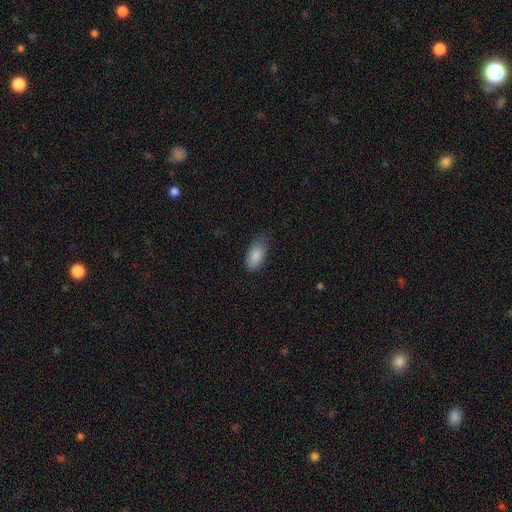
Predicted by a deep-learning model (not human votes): Smooth or featured: smooth — 87% (featured or disk — 7%)
How rounded: in between — 93% (cigar-shaped — 4%)
Merging: none — 70% (minor disturbance — 25%)